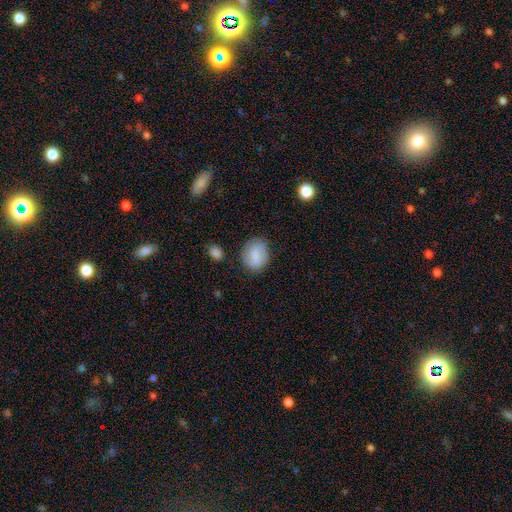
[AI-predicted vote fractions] smooth-or-featured: smooth: 73% | featured or disk: 20% | star or artifact: 8%
  how-rounded: in between: 56% | round: 42% | cigar-shaped: 2%
  merging: none: 77% | minor disturbance: 16% | major disturbance: 5% | merger: 2%